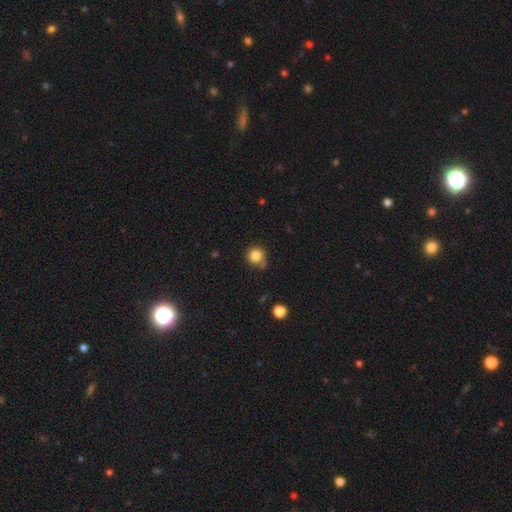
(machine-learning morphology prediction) smooth-or-featured: smooth: 83% | star or artifact: 12% | featured or disk: 5%
  how-rounded: round: 91% | in between: 8% | cigar-shaped: 1%
  merging: none: 69% | minor disturbance: 18% | merger: 8% | major disturbance: 4%